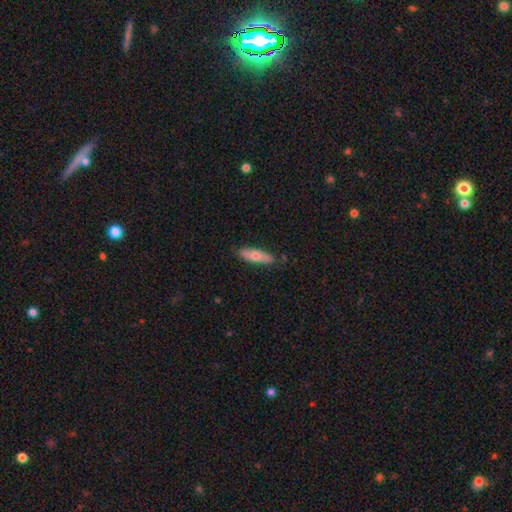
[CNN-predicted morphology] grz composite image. It shows a smooth galaxy with no disk features (62%) that is cigar-shaped (57%). Merging: none (83%).